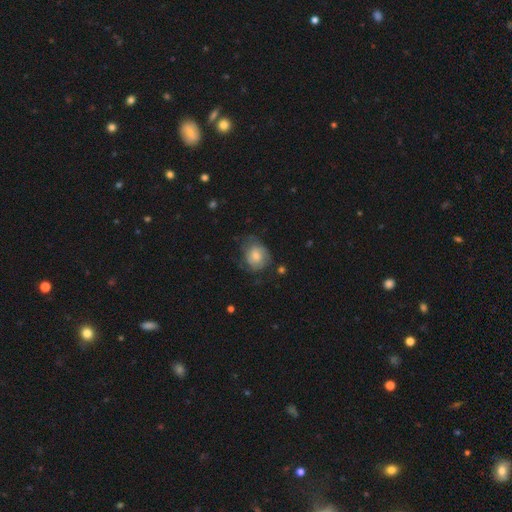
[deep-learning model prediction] smooth_or_featured: smooth (p=0.57) [alt: featured or disk p=0.35]
how_rounded: round (p=0.64) [alt: in between p=0.35]
merging: none (p=0.54) [alt: minor disturbance p=0.29]